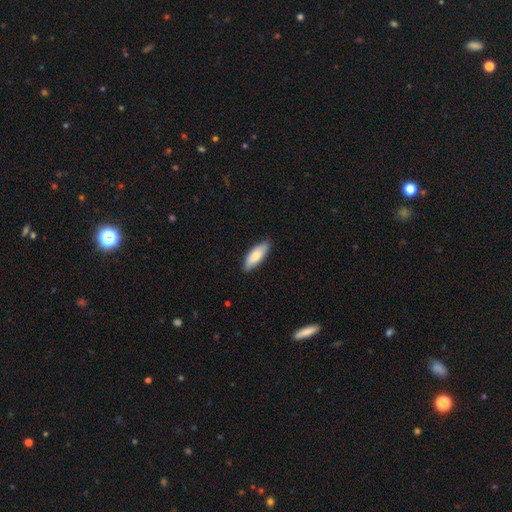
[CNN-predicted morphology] Smooth or featured? smooth (75%)
How rounded? in between (72%)
Merging? none (84%)